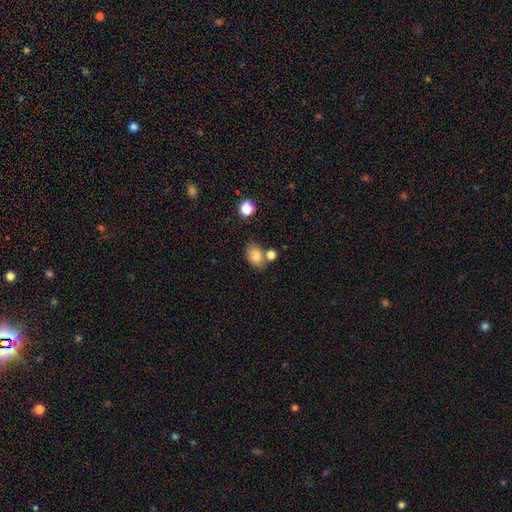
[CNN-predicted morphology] Smooth or featured: smooth — 80% (star or artifact — 11%)
How rounded: in between — 78% (round — 21%)
Merging: none — 60% (merger — 19%)